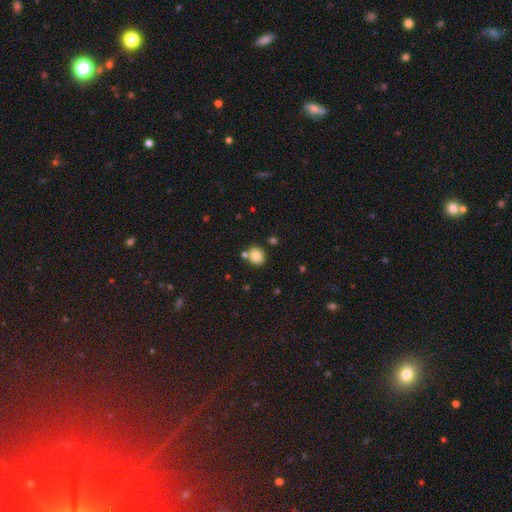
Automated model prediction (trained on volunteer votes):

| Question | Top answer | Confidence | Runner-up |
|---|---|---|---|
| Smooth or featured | smooth | 84% | star or artifact (10%) |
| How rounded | round | 78% | in between (21%) |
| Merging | none | 75% | merger (13%) |